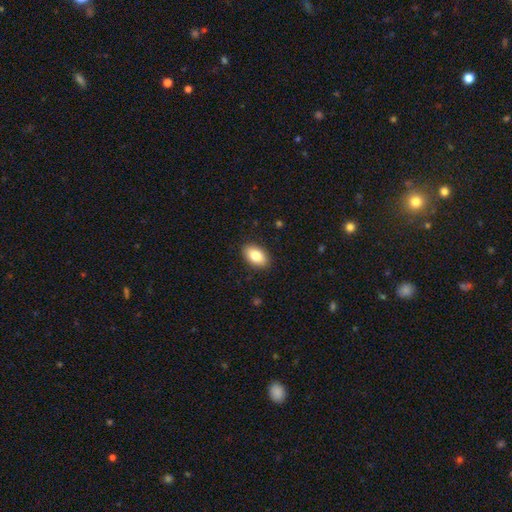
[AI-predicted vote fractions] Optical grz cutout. It shows a smooth galaxy with no disk features (84%) that is in between round and cigar-shaped (92%). Merging: none (89%).